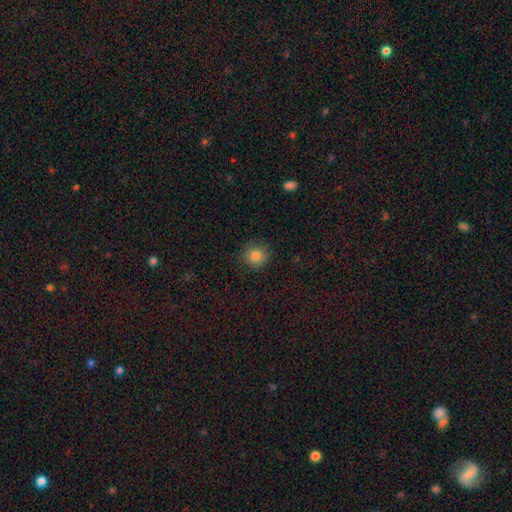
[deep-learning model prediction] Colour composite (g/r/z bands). It shows a smooth galaxy with no disk features (83%) that is round (88%). Merging: none (86%).